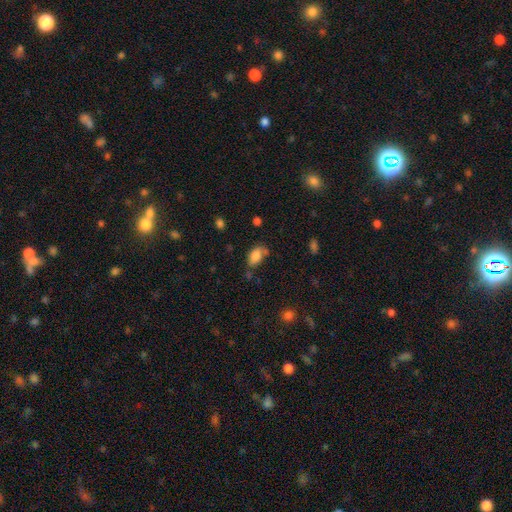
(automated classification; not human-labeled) Smooth or featured: smooth — 83% (star or artifact — 9%)
How rounded: in between — 90% (round — 8%)
Merging: none — 53% (minor disturbance — 29%)